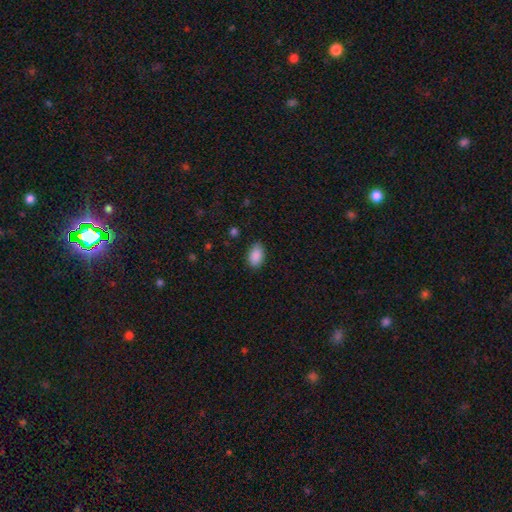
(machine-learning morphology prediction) Q: Smooth or featured?
A: smooth (89%); runner-up: star or artifact (7%)
Q: How rounded?
A: in between (91%); runner-up: round (8%)
Q: Merging?
A: none (85%); runner-up: minor disturbance (12%)